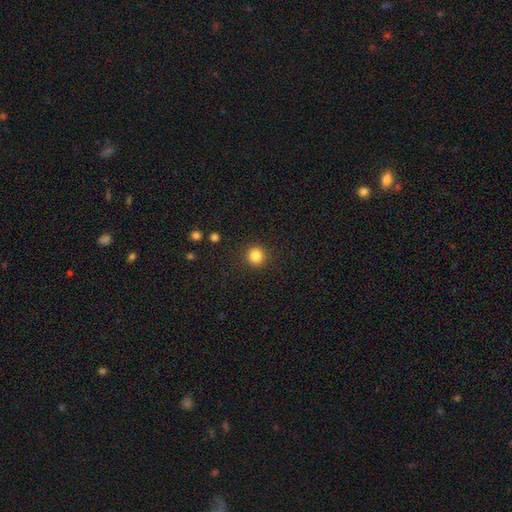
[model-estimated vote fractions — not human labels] Smooth or featured? Predicted: smooth (p=0.84). How rounded? Predicted: round (p=0.93). Merging? Predicted: none (p=0.91).